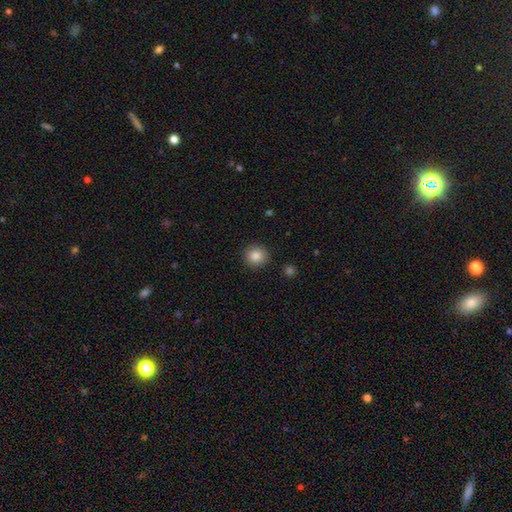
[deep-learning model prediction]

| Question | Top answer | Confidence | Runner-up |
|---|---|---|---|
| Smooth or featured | smooth | 86% | star or artifact (9%) |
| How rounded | round | 91% | in between (8%) |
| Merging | none | 90% | minor disturbance (6%) |